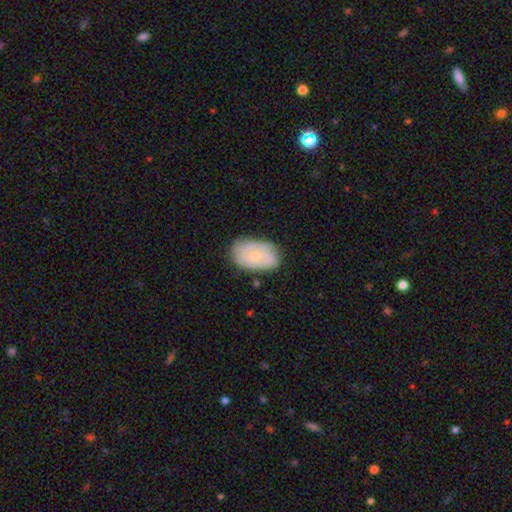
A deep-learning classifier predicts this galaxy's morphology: Overall: featured or disk (58%; smooth 35%). Edge-on disk: no (97%). Bar: no (69%). Spiral arms: yes (87%). Bulge size: small (65%). Merging: none (75%).